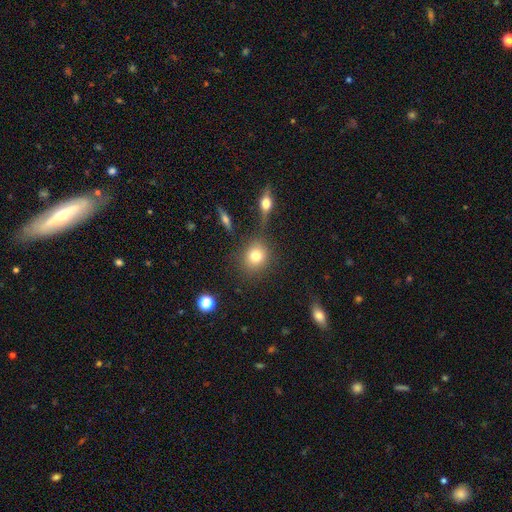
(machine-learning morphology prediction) smooth 77%, star or artifact 12%, featured or disk 11%. Down the decision tree: how rounded — round (77%); merging — none (77%).